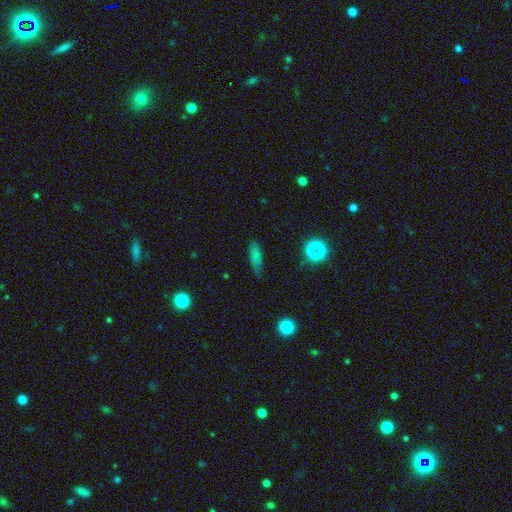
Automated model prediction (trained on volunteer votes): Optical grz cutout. It shows a smooth galaxy with no disk features (74%) that is cigar-shaped (48%). Merging: none (71%).